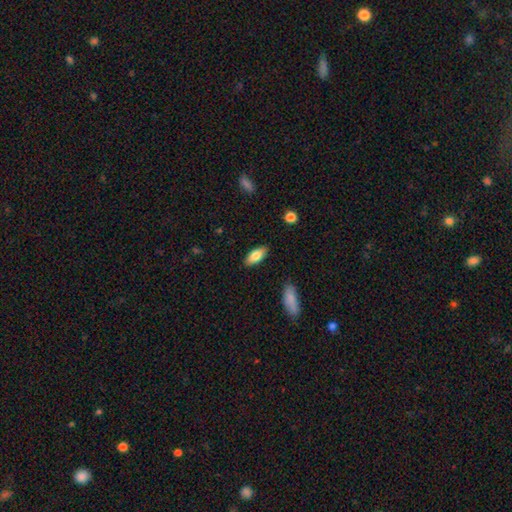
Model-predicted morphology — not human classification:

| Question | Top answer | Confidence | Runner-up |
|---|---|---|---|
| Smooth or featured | smooth | 79% | featured or disk (14%) |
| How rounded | in between | 84% | cigar-shaped (14%) |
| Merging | none | 88% | minor disturbance (9%) |